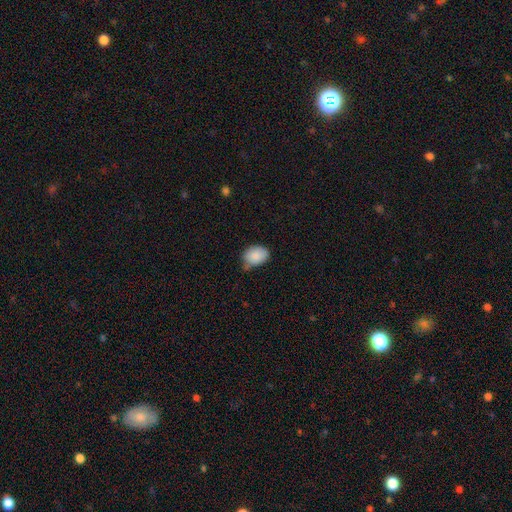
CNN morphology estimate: This is clearly a smooth galaxy (88%). How rounded: likely in between (71%). Merging: possibly none (55%).